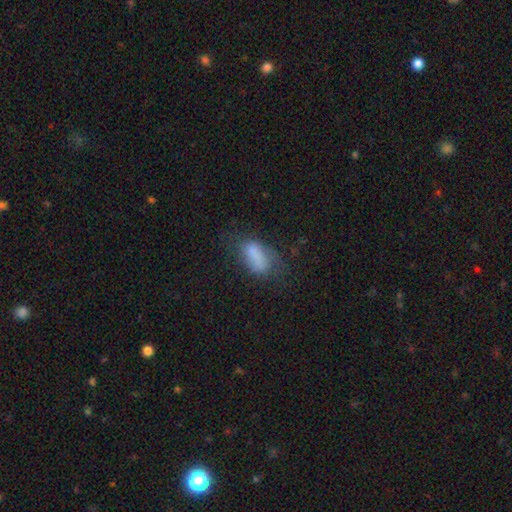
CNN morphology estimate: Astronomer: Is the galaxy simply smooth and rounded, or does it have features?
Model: smooth — 70%.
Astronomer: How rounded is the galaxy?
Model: in between — 88%.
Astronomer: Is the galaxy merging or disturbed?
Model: none — 41% (runner-up: minor disturbance, 30%).